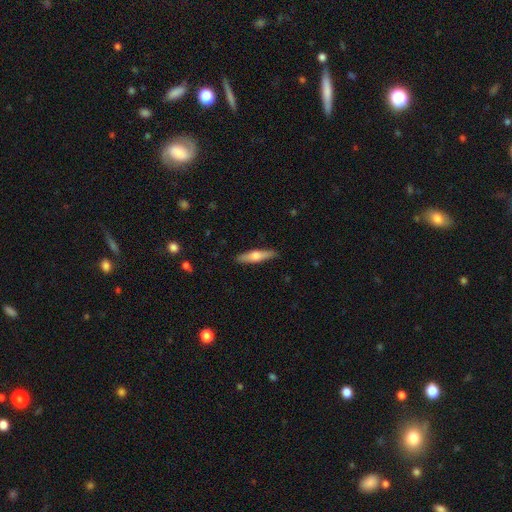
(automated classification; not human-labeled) A smooth galaxy with no disk features (51%) that is cigar-shaped (76%). Merging: none (89%).